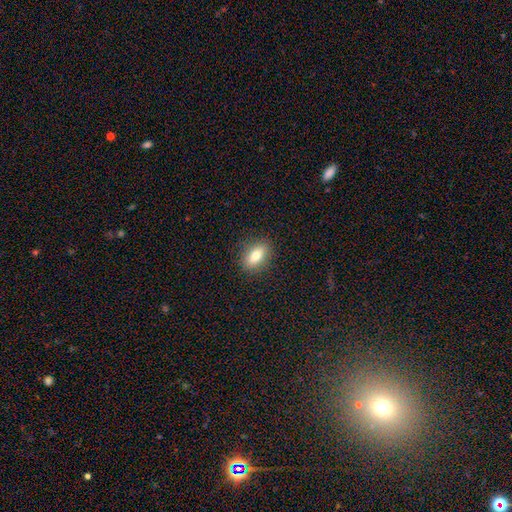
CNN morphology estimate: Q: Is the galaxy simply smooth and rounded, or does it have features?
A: smooth — 76%.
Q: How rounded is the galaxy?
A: in between — 81%.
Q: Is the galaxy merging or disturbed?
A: none — 88%.